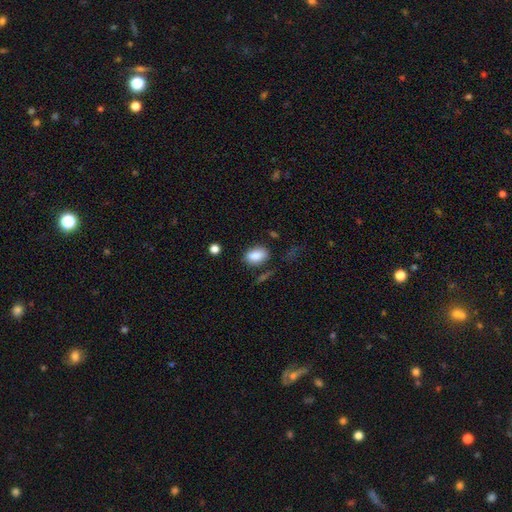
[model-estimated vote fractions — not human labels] This appears to be a smooth galaxy with no disk features (85%) that is in between round and cigar-shaped (85%). Merging: none (73%).